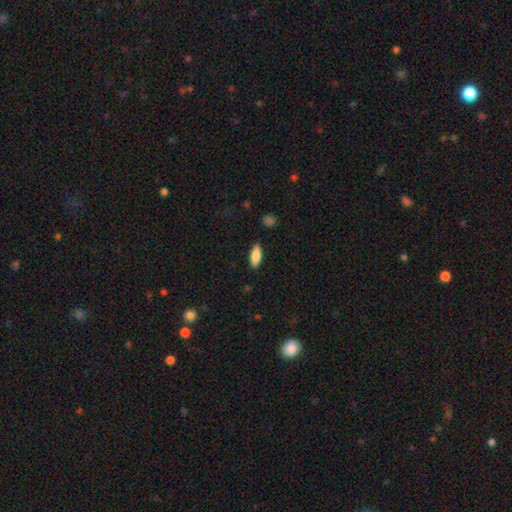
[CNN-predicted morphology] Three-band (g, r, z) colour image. It shows a smooth galaxy with no disk features (85%) that is in between round and cigar-shaped (78%). Merging: none (86%).